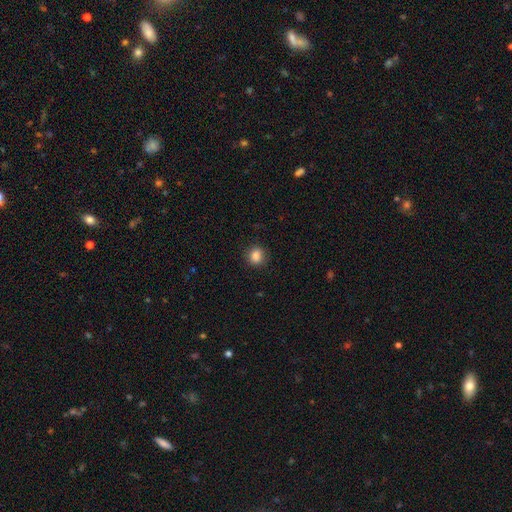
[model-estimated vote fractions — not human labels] Smooth or featured: smooth — 85% (star or artifact — 10%)
How rounded: round — 71% (in between — 28%)
Merging: none — 86% (minor disturbance — 10%)